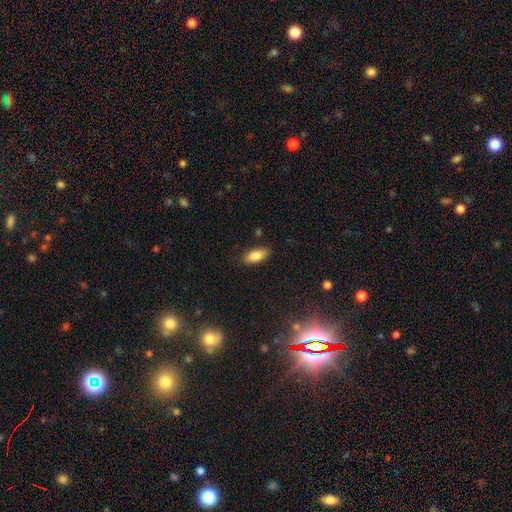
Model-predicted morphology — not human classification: Smooth or featured? smooth (82%)
How rounded? in between (83%)
Merging? none (86%)